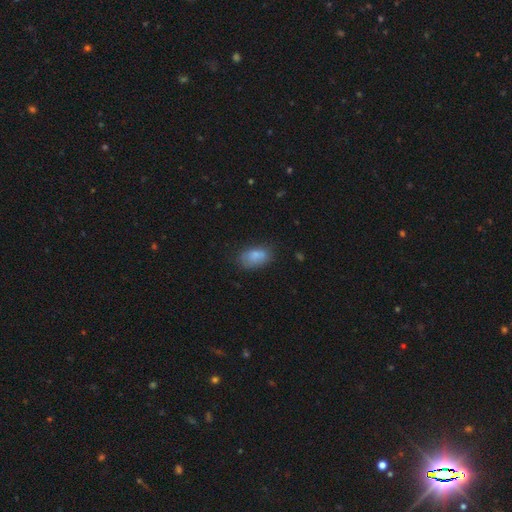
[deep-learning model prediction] smooth 82%, featured or disk 10%, star or artifact 8%. Down the decision tree: how rounded — in between (91%); merging — none (68%).